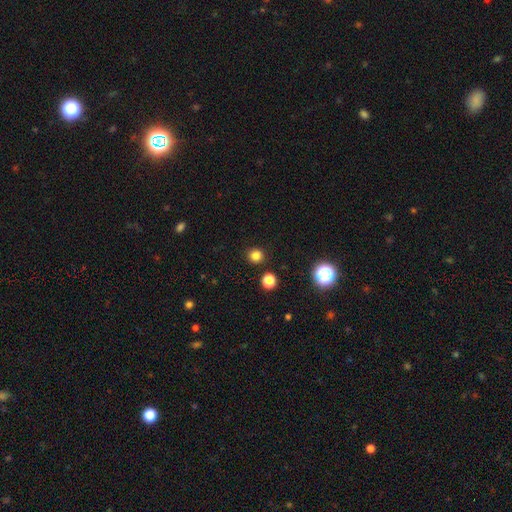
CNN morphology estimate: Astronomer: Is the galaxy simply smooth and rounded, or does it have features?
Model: smooth — 81%.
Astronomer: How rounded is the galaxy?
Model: round — 90%.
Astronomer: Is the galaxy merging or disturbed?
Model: none — 90%.